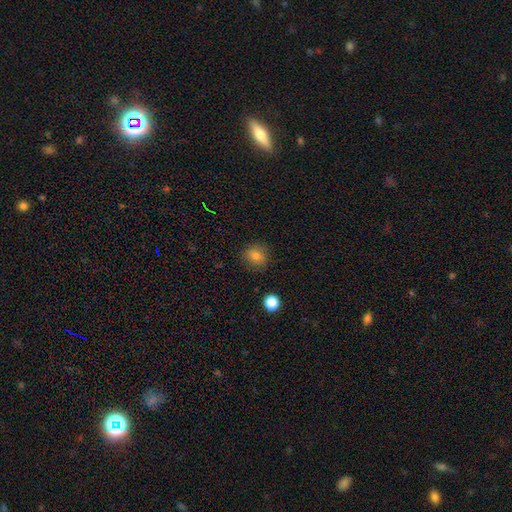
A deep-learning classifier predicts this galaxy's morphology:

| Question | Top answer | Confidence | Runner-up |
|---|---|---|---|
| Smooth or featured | smooth | 80% | star or artifact (12%) |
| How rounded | round | 86% | in between (13%) |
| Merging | none | 86% | minor disturbance (10%) |